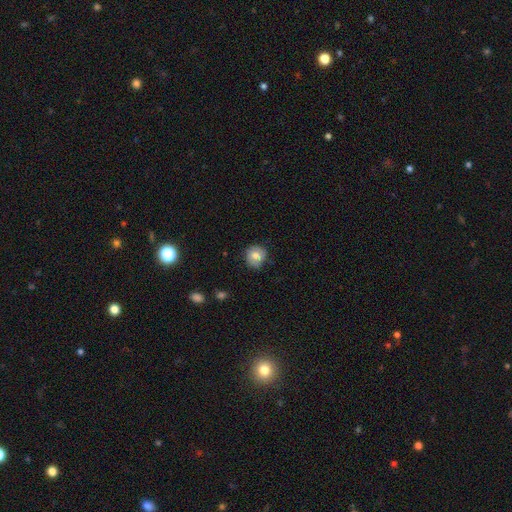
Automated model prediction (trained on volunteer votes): This is likely a smooth galaxy (73%). How rounded: clearly round (85%). Merging: likely none (77%).